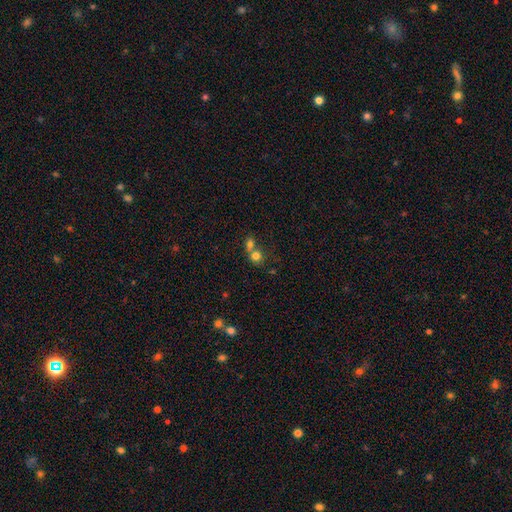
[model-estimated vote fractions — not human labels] Smooth or featured? Predicted: smooth (p=0.75). How rounded? Predicted: round (p=0.82). Merging? Predicted: merger (p=0.56).